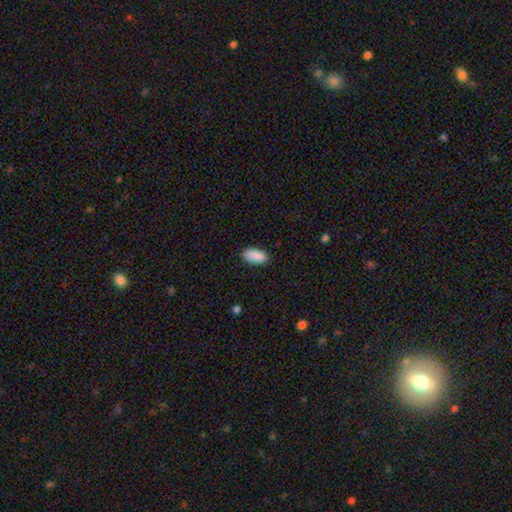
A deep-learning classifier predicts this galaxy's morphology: smooth_or_featured: smooth (p=0.90) [alt: star or artifact p=0.07]
how_rounded: in between (p=0.92) [alt: cigar-shaped p=0.05]
merging: none (p=0.84) [alt: minor disturbance p=0.12]